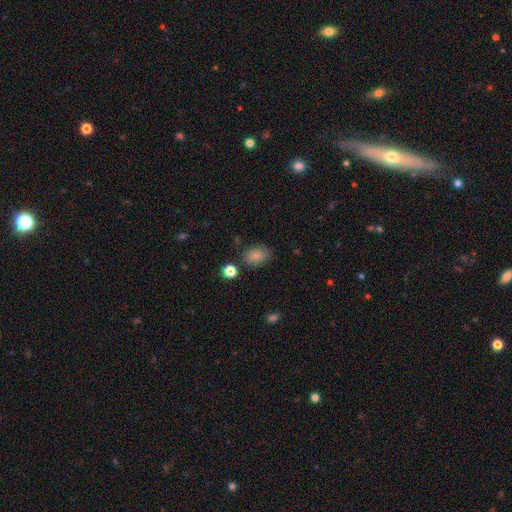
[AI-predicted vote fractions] This appears to be a smooth galaxy with no disk features (82%) that is in between round and cigar-shaped (65%). Merging: none (75%).